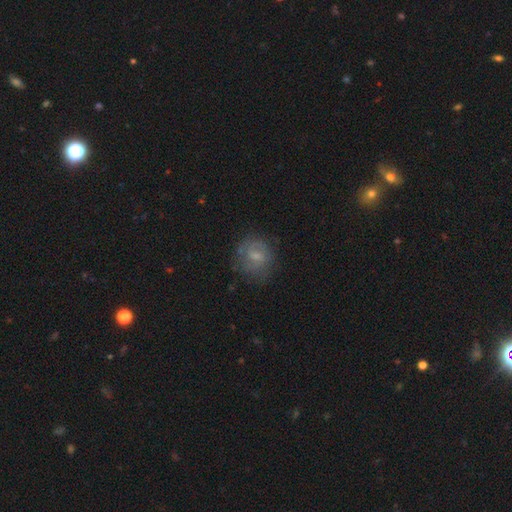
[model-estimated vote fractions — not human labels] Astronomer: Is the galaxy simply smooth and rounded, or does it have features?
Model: smooth — 50% (runner-up: featured or disk, 40%).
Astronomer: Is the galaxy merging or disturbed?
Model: none — 66%.